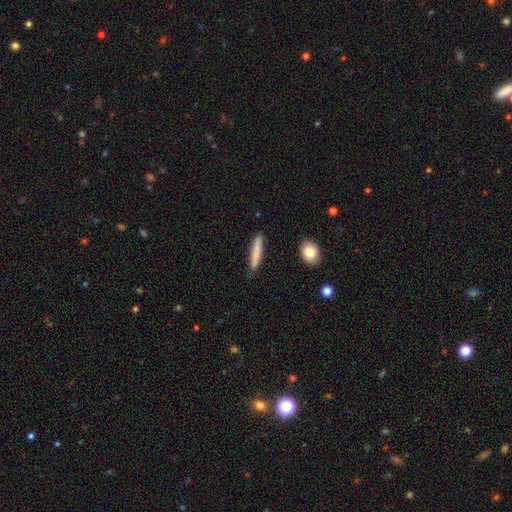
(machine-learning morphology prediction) Smooth or featured? smooth (74%)
How rounded? cigar-shaped (92%)
Merging? none (86%)